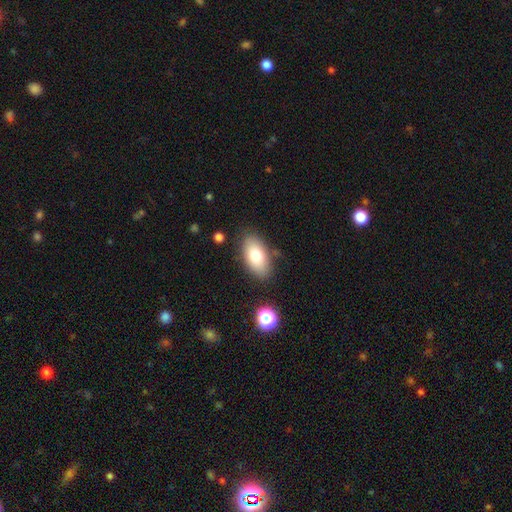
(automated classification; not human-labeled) Smooth or featured? smooth (76%)
How rounded? in between (92%)
Merging? none (82%)